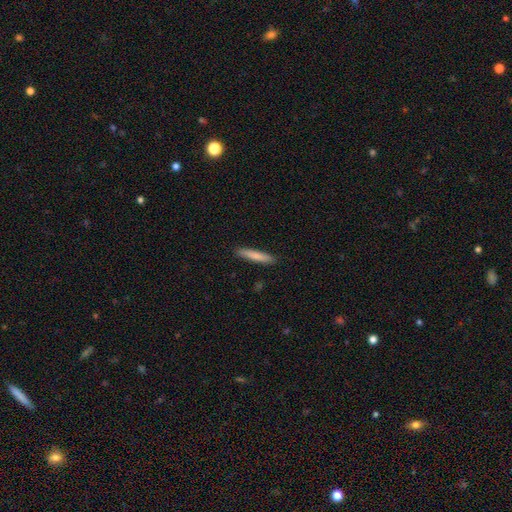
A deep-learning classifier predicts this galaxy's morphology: Smooth or featured? Predicted: smooth (p=0.78). How rounded? Predicted: cigar-shaped (p=0.92). Merging? Predicted: none (p=0.90).